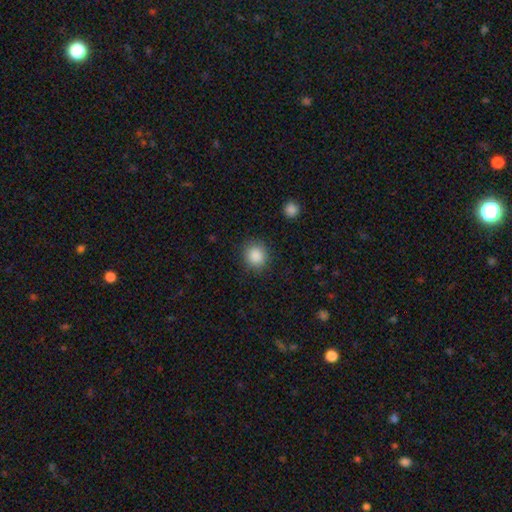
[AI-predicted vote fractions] This is clearly a smooth galaxy (88%). How rounded: clearly round (84%). Merging: clearly none (87%).